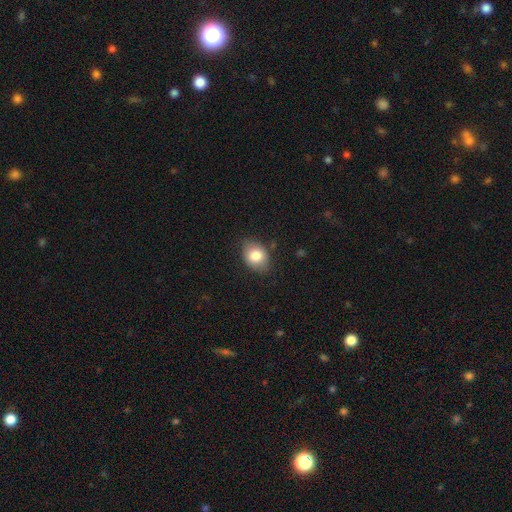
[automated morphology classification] The model was most divided on "how rounded": in between: 67%, round: 32%, cigar-shaped: 1%. More confident: smooth or featured — smooth (81%); merging — none (78%).